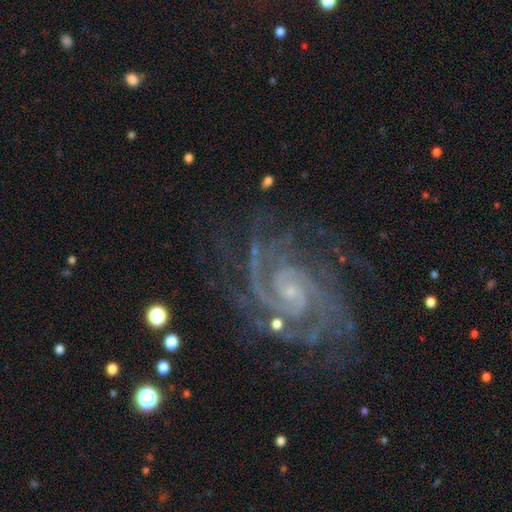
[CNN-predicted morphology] Overall: featured or disk (93%). Edge-on disk: no (98%). Bar: no (62%; weak 28%). Spiral arms: yes (99%). Spiral arm count: 2 (60%). Spiral winding: tight (65%; medium 31%). Bulge size: small (81%). Merging: none (70%).